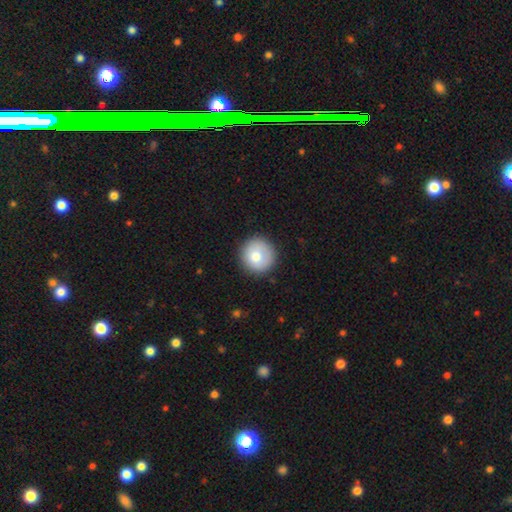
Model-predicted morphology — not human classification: This is likely a smooth galaxy (79%). How rounded: clearly round (95%). Merging: clearly none (88%).